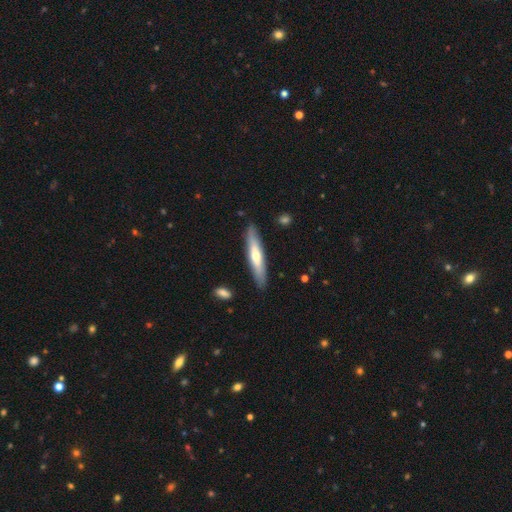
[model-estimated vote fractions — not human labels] Morphology: type=smooth (48%); merging=none (87%).